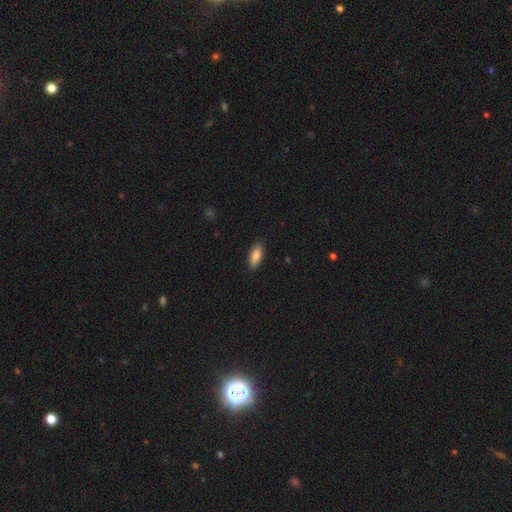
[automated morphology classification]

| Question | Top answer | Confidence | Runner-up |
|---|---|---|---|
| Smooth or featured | smooth | 82% | featured or disk (12%) |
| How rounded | in between | 79% | cigar-shaped (19%) |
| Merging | none | 88% | minor disturbance (9%) |